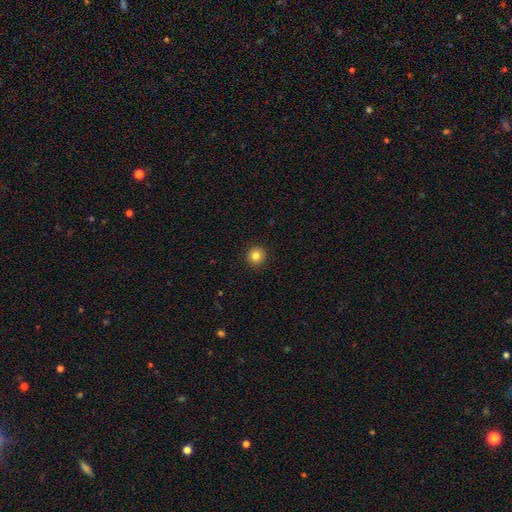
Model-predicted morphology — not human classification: Smooth or featured? smooth (83%)
How rounded? round (95%)
Merging? none (93%)